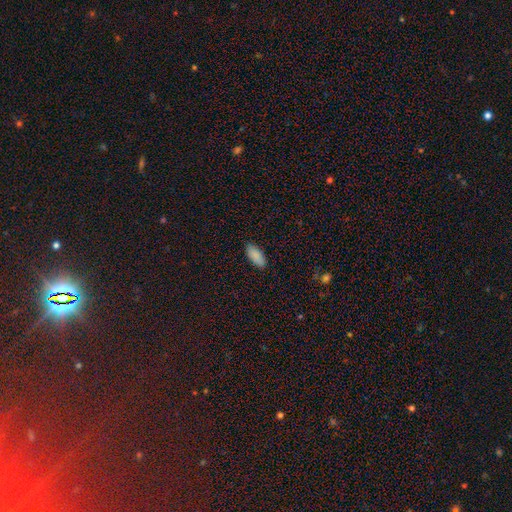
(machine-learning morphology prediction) Smooth or featured? Predicted: smooth (p=0.89). How rounded? Predicted: in between (p=0.87). Merging? Predicted: none (p=0.87).